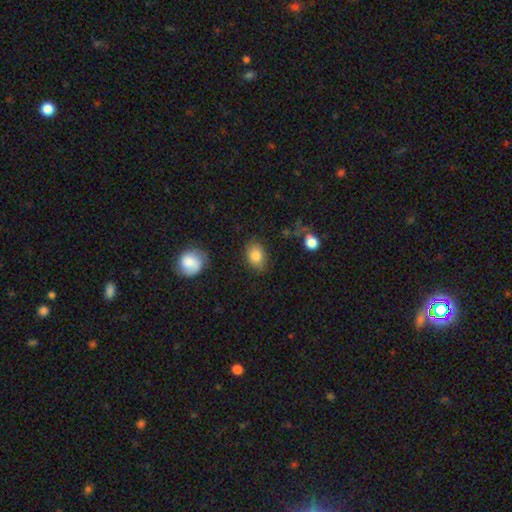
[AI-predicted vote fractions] Smooth or featured? smooth (83%)
How rounded? in between (75%)
Merging? none (78%)